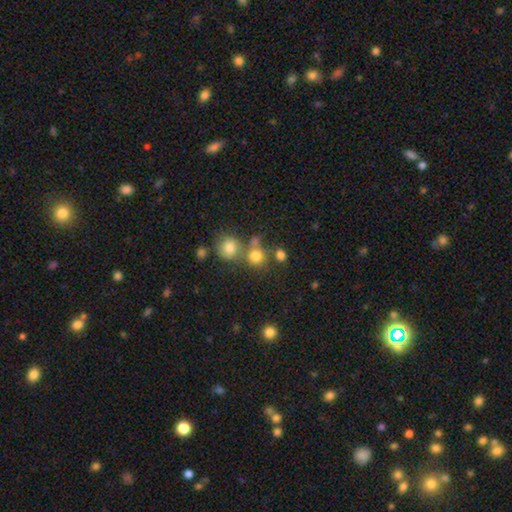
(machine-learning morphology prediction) smooth-or-featured: smooth: 78% | star or artifact: 14% | featured or disk: 9%
  how-rounded: round: 85% | in between: 14% | cigar-shaped: 1%
  merging: none: 56% | merger: 29% | minor disturbance: 10% | major disturbance: 5%